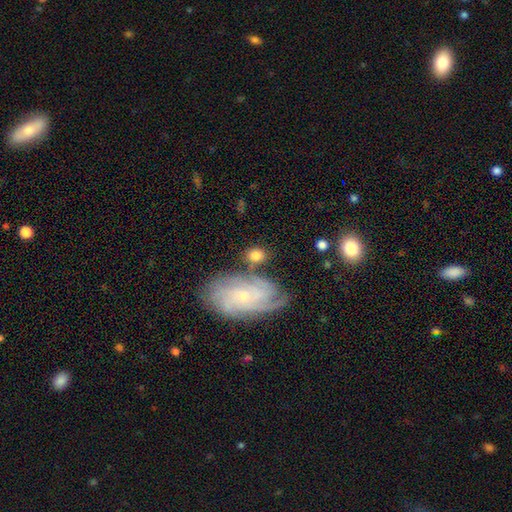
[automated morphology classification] Smooth or featured: smooth — 62% (featured or disk — 30%)
How rounded: in between — 60% (round — 38%)
Merging: none — 63% (merger — 16%)